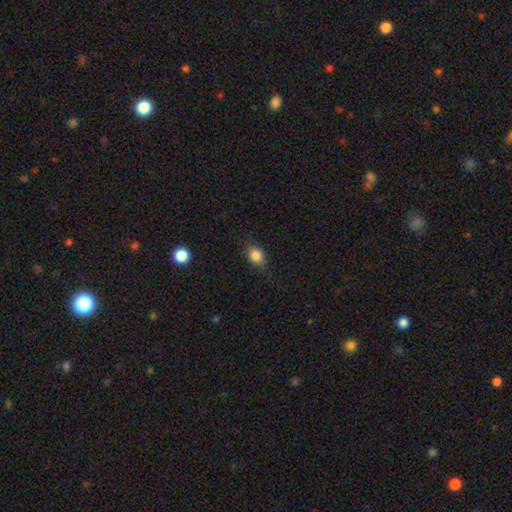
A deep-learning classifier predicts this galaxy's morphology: type=smooth (84%); roundness=in between (61%); merging=none (82%).